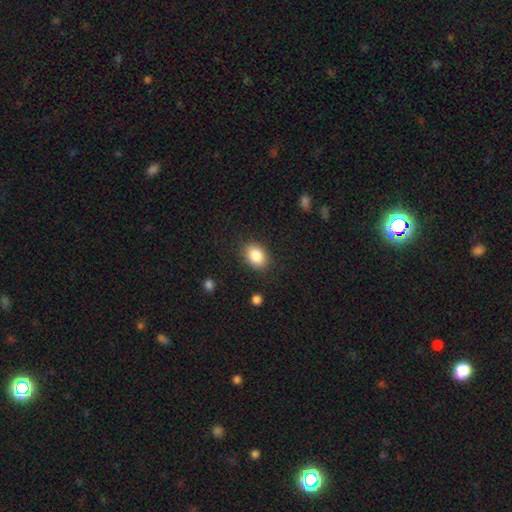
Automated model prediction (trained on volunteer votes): Smooth or featured? smooth (87%)
How rounded? in between (76%)
Merging? none (85%)